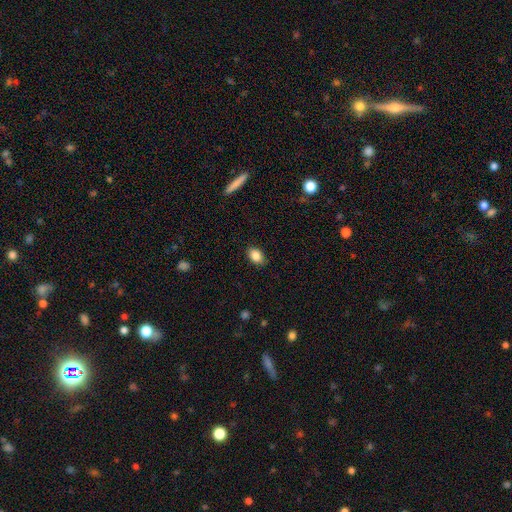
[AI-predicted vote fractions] Overall: smooth (86%). How rounded: in between (80%). Merging: none (86%).